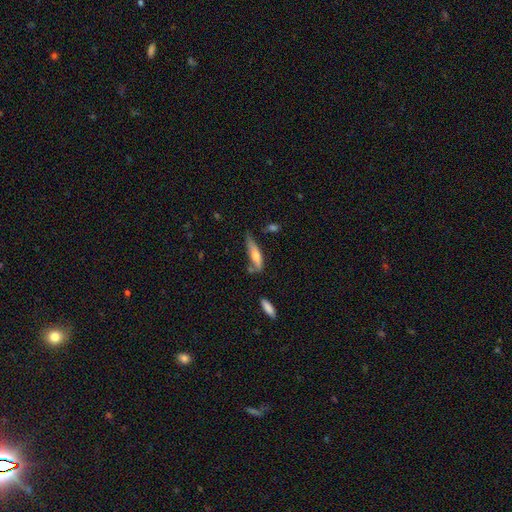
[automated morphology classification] Smooth or featured: smooth — 63% (featured or disk — 30%)
How rounded: cigar-shaped — 71% (in between — 27%)
Merging: none — 53% (minor disturbance — 29%)